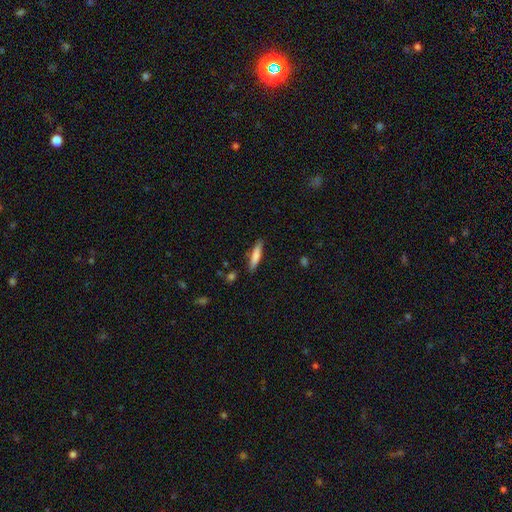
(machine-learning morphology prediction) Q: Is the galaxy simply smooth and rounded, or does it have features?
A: smooth — 74%.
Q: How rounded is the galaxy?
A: cigar-shaped — 82%.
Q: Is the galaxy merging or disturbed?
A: none — 85%.